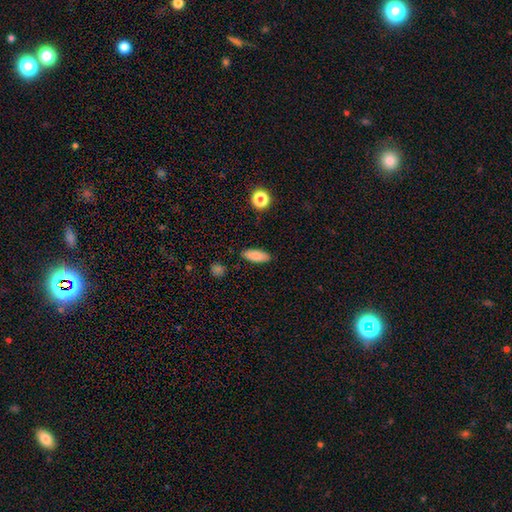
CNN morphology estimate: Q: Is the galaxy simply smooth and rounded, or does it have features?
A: smooth — 85%.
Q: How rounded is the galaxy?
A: in between — 75%.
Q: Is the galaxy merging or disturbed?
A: none — 87%.